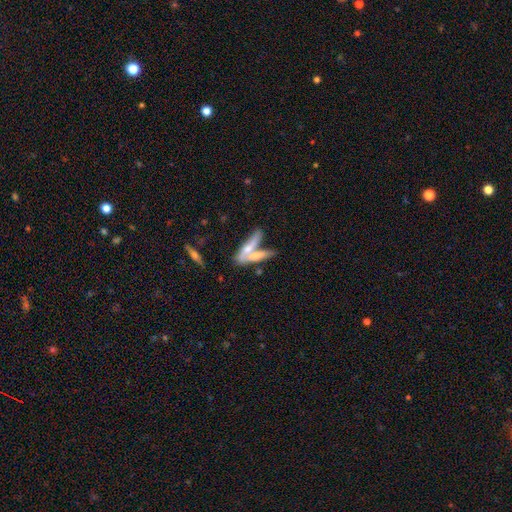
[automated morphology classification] Smooth or featured? Predicted: smooth (p=0.55). How rounded? Predicted: cigar-shaped (p=0.70). Merging? Predicted: merger (p=0.55).